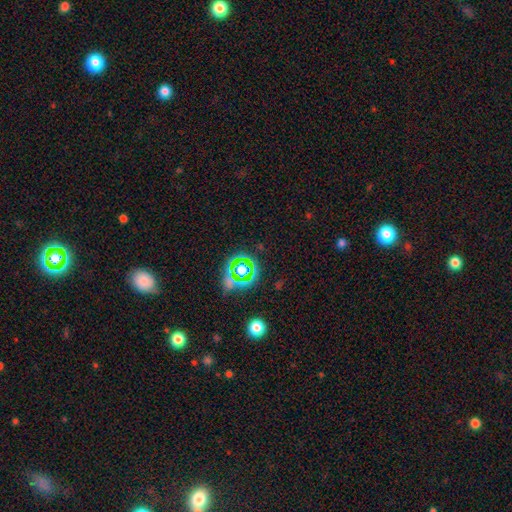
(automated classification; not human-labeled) smooth_or_featured: star or artifact (p=0.71) [alt: smooth p=0.18]